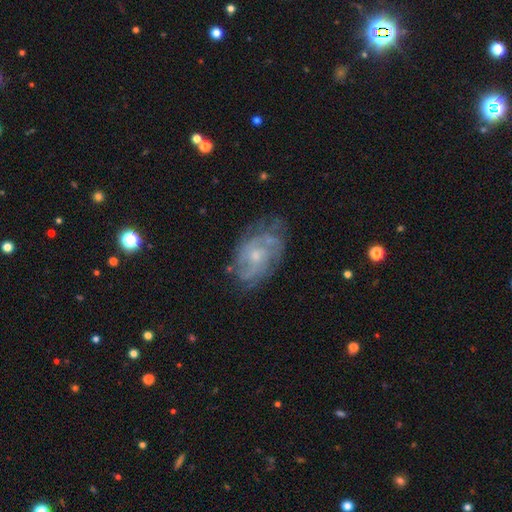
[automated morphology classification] A featured or disk galaxy (80%) with no bar (73%), tight (48%) spiral arms (89%) and a small central bulge (61%). Merging: none (65%).